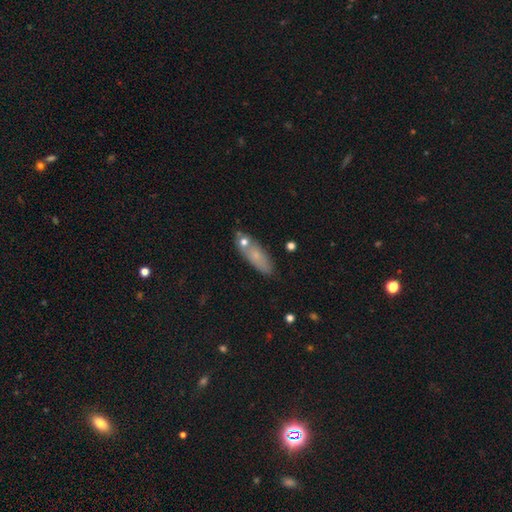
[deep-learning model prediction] The model was most divided on "how rounded": in between: 56%, cigar-shaped: 40%, round: 4%. More confident: merging — none (68%); smooth or featured — smooth (67%).